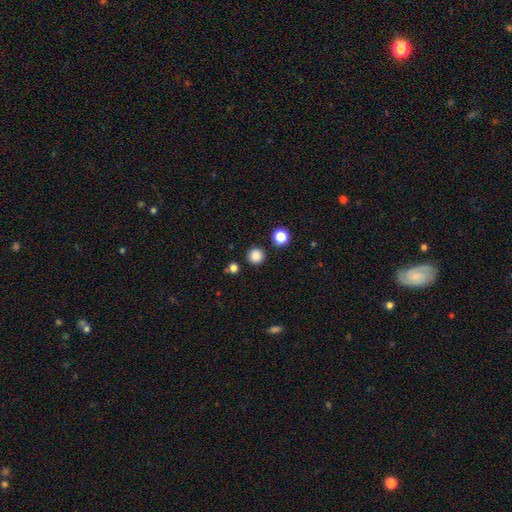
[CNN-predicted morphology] type=smooth (85%); roundness=round (95%); merging=none (90%).